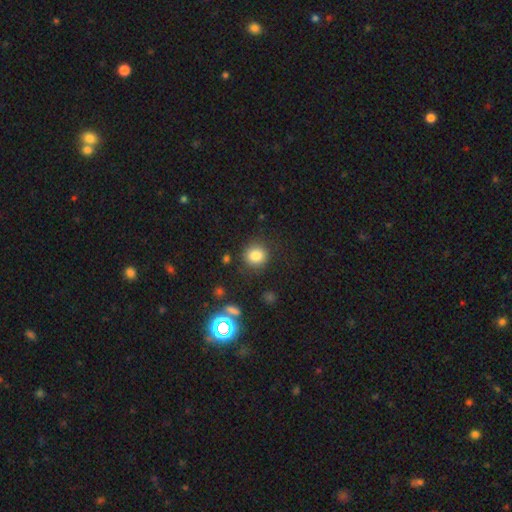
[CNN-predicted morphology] This is clearly a smooth galaxy (82%). How rounded: clearly round (86%). Merging: clearly none (85%).